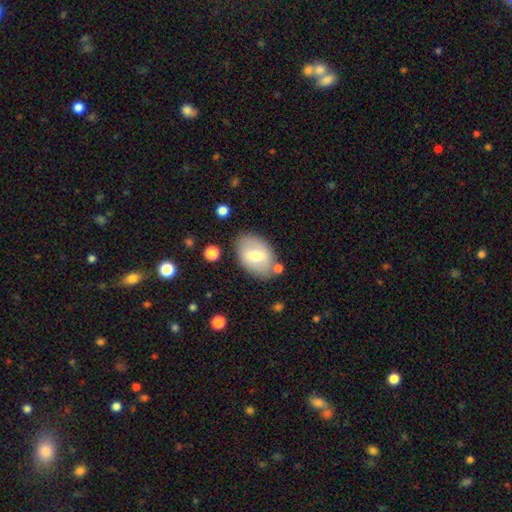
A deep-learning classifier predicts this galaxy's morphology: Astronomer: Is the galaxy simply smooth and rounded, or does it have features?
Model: smooth — 60%.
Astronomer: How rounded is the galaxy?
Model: in between — 86%.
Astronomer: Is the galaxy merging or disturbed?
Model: none — 77%.